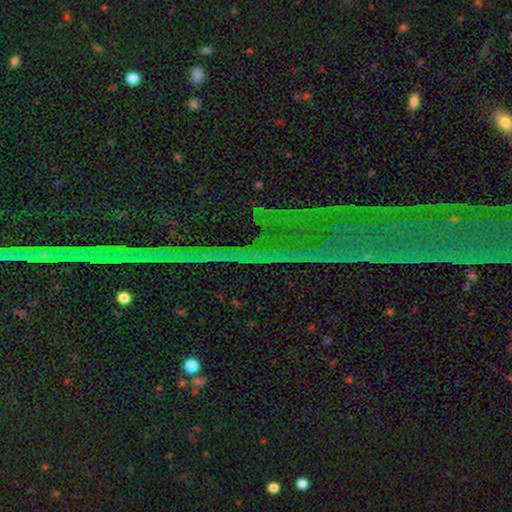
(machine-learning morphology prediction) A star or artifact, not a galaxy (85%).

Vote fractions:
- Smooth or featured? star or artifact: 85% / featured or disk: 9% / smooth: 7%